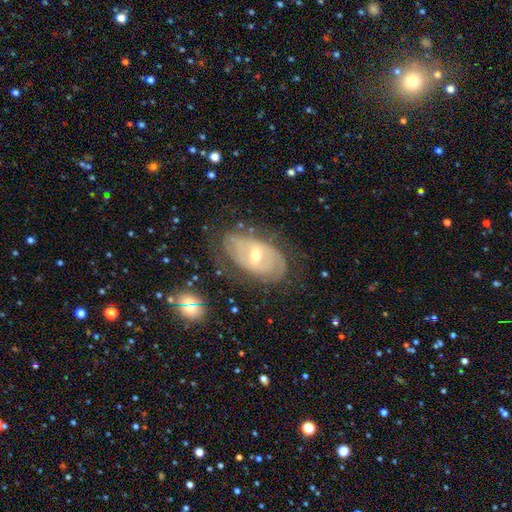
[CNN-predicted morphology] type=featured or disk (76%); edge-on=no (94%); bar=weak (43%); spiral arms=yes (81%); winding=tight (65%); arm count=can't tell (44%); bulge=moderate (58%); merging=none (68%).